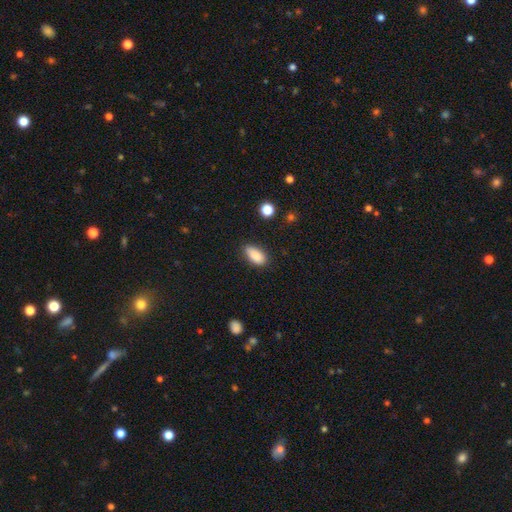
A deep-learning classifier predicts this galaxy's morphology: smooth_or_featured: smooth (p=0.87) [alt: star or artifact p=0.08]
how_rounded: in between (p=0.89) [alt: cigar-shaped p=0.06]
merging: none (p=0.75) [alt: minor disturbance p=0.19]